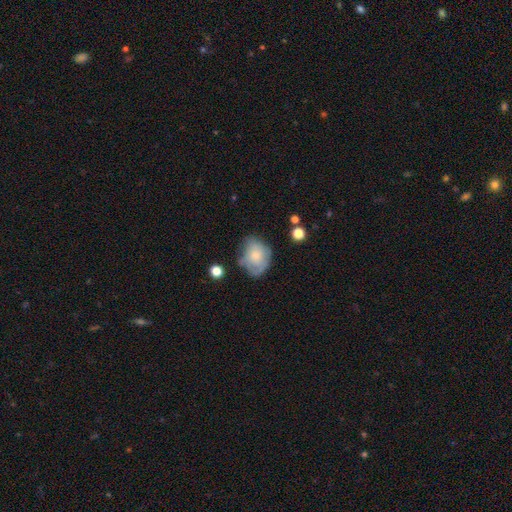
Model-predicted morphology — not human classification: Overall: smooth (65%; featured or disk 27%). How rounded: in between (59%; round 40%). Merging: none (41%; minor disturbance 36%).